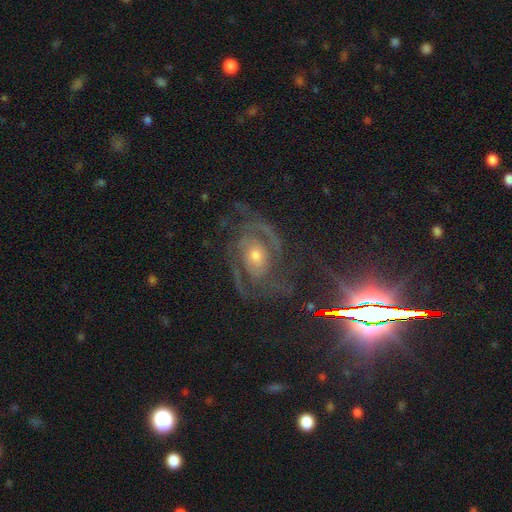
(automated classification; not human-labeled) A featured or disk galaxy (83%) with no bar (64%), 2 (57%) medium (47%) spiral arms (94%) and a moderate central bulge (60%). Merging: none (67%).